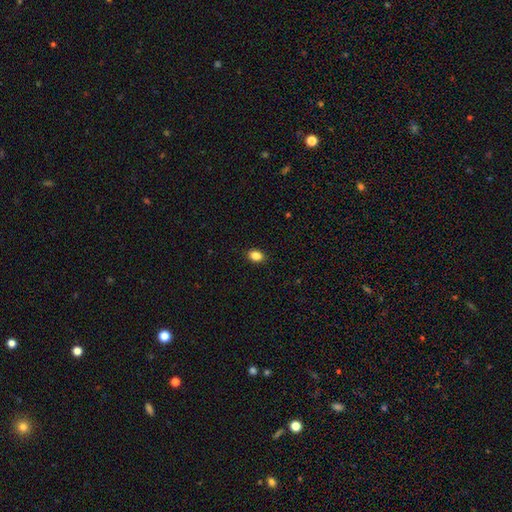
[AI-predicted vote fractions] The model was most divided on "how rounded": in between: 71%, round: 27%, cigar-shaped: 1%. More confident: merging — none (90%); smooth or featured — smooth (87%).